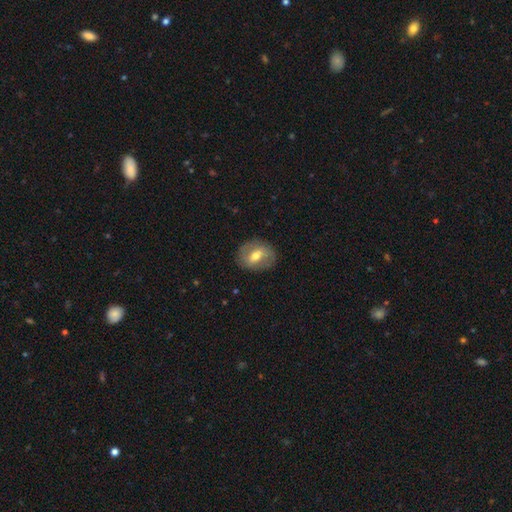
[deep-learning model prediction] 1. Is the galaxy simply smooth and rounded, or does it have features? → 49% featured or disk, 44% smooth, 7% star or artifact.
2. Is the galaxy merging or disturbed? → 82% none, 12% minor disturbance, 4% major disturbance, 1% merger.